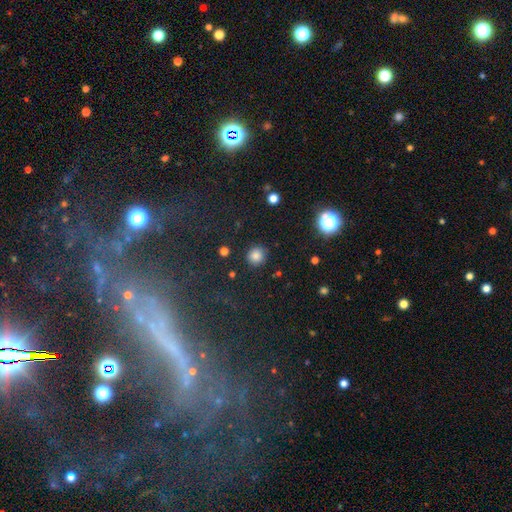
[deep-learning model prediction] The model was most divided on "smooth or featured": smooth: 82%, star or artifact: 13%, featured or disk: 5%. More confident: how rounded — round (92%); merging — none (88%).